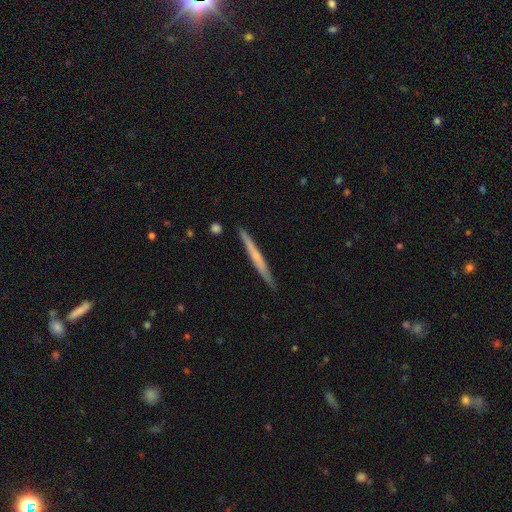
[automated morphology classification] type=featured or disk (52%); edge-on=yes (97%); edge-on bulge=none (70%); merging=none (90%).